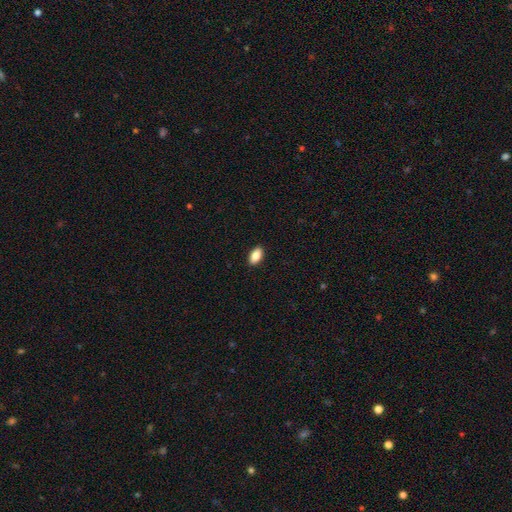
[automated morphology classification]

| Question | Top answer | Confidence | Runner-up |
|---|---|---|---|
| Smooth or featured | smooth | 87% | star or artifact (7%) |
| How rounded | in between | 92% | cigar-shaped (4%) |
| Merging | none | 90% | minor disturbance (7%) |